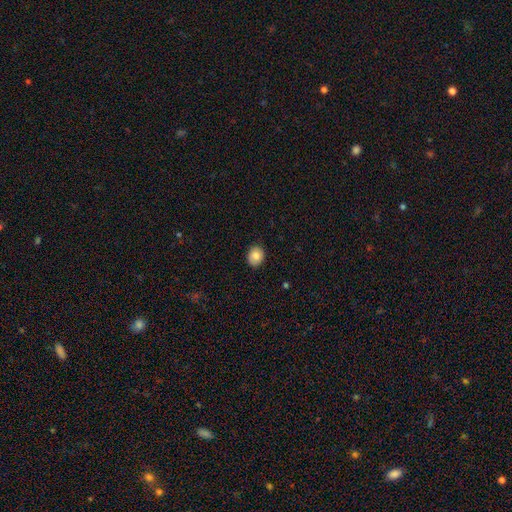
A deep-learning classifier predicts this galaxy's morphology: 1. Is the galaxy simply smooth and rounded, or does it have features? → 81% smooth, 11% featured or disk, 8% star or artifact.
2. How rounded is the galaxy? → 56% round, 43% in between, 1% cigar-shaped.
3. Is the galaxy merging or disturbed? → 88% none, 9% minor disturbance, 2% major disturbance, 1% merger.